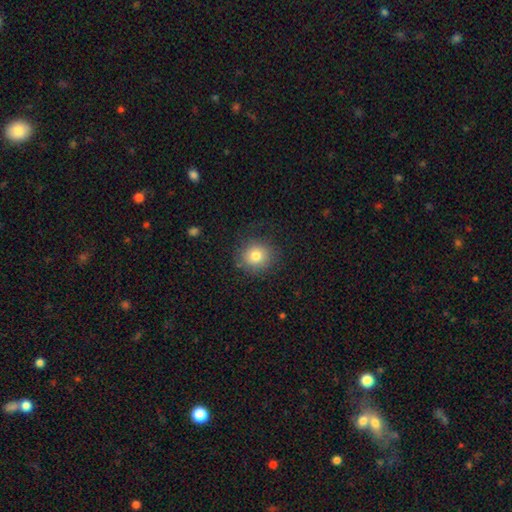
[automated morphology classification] Smooth or featured? Predicted: smooth (p=0.78). How rounded? Predicted: round (p=0.89). Merging? Predicted: none (p=0.82).